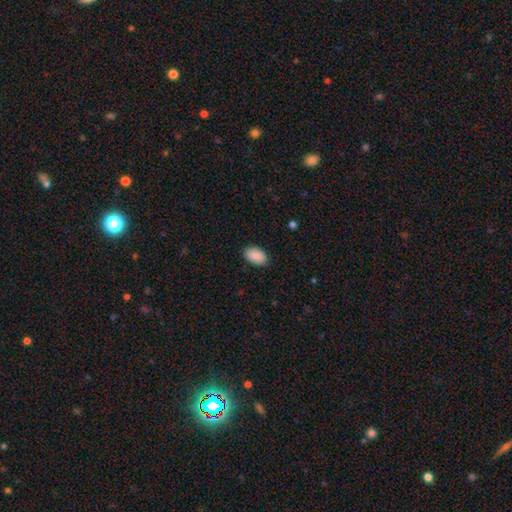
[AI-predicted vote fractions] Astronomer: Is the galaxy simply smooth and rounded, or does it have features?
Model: smooth — 91%.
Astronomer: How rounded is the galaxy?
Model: in between — 92%.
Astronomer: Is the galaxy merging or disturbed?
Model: none — 87%.